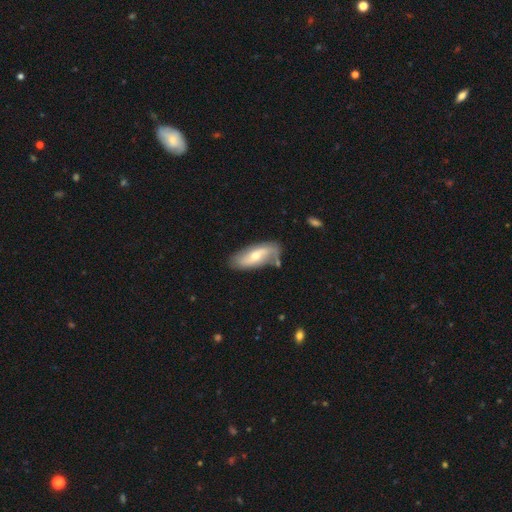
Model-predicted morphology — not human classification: featured or disk 57%, smooth 37%, star or artifact 6%. Down the decision tree: edge-on disk — no (84%); merging — none (64%).